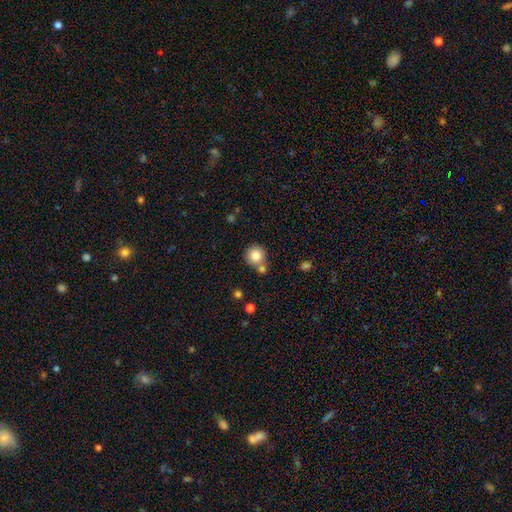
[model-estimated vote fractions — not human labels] This is clearly a smooth galaxy (82%). How rounded: clearly round (92%). Merging: likely none (64%).